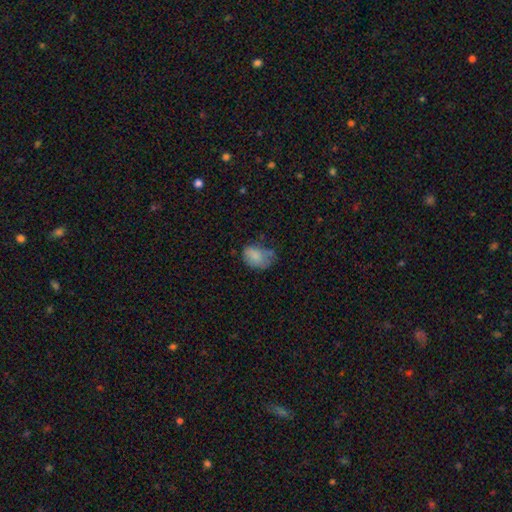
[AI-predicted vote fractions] This is likely a smooth galaxy (78%). How rounded: likely in between (79%). Merging: marginally minor disturbance (39%).